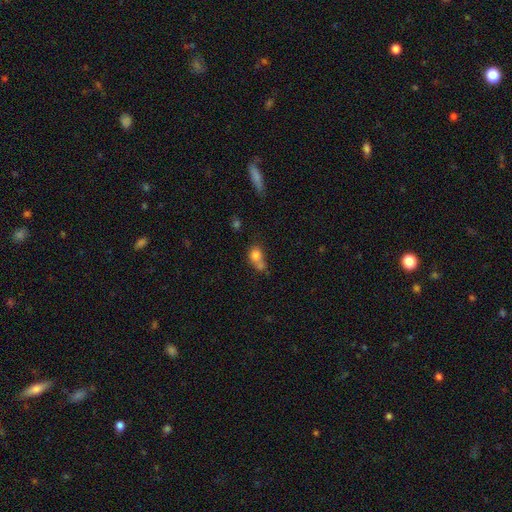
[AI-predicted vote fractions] A smooth galaxy with no disk features (77%) that is round (55%). Merging: merger (42%).